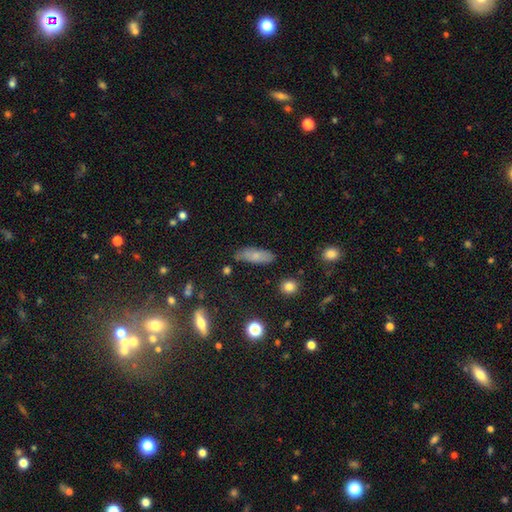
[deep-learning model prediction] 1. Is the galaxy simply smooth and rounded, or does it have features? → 73% smooth, 18% featured or disk, 9% star or artifact.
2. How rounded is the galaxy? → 68% in between, 29% cigar-shaped, 3% round.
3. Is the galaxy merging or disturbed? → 74% none, 19% minor disturbance, 4% major disturbance, 3% merger.